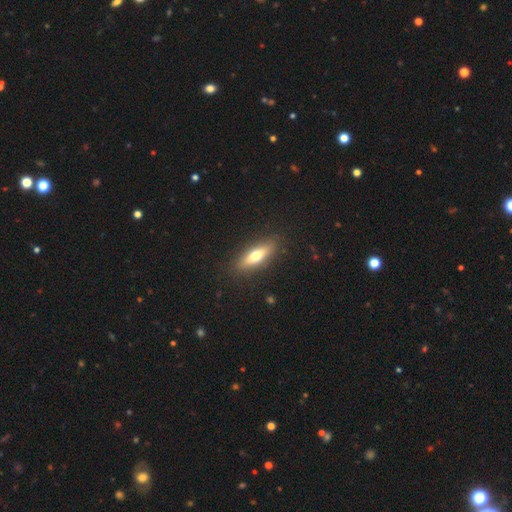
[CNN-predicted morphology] A smooth galaxy with no disk features (59%) that is cigar-shaped (52%). Merging: none (88%).